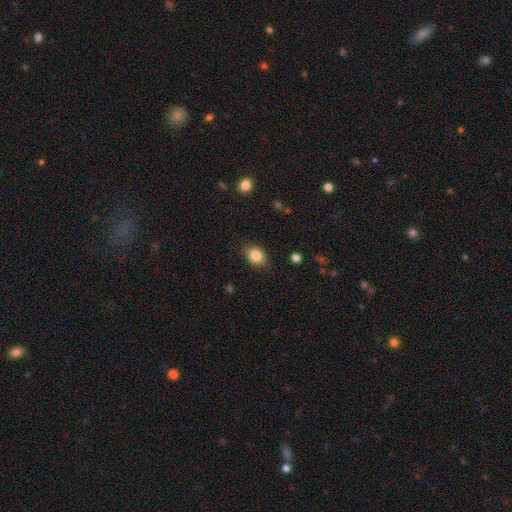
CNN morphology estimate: type=smooth (85%); roundness=in between (56%); merging=none (84%).